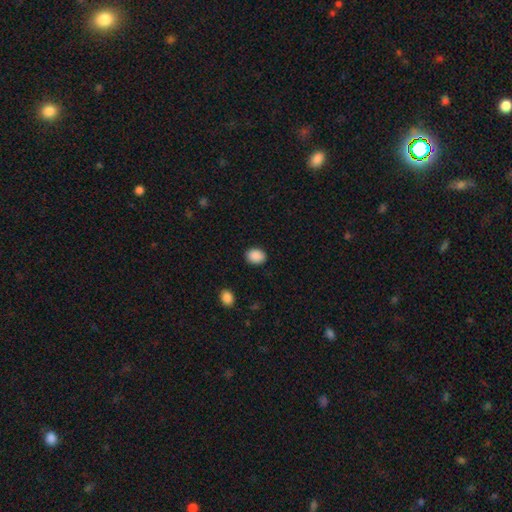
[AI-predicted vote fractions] This is clearly a smooth galaxy (90%). How rounded: possibly in between (59%). Merging: clearly none (89%).